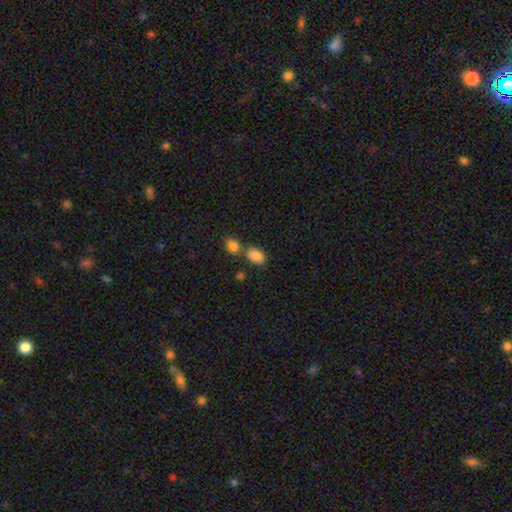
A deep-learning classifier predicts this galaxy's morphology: smooth_or_featured: smooth (p=0.86) [alt: star or artifact p=0.09]
how_rounded: in between (p=0.81) [alt: round p=0.17]
merging: none (p=0.54) [alt: merger p=0.30]